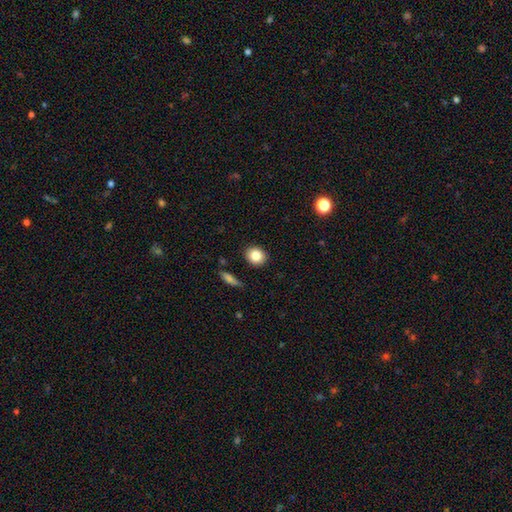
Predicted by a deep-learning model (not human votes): Smooth or featured? smooth (83%)
How rounded? round (74%)
Merging? none (88%)